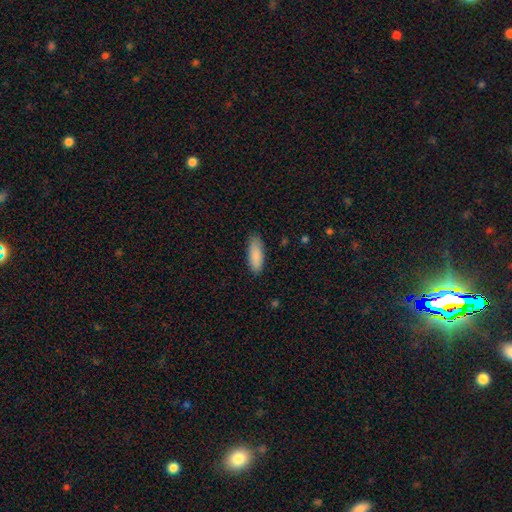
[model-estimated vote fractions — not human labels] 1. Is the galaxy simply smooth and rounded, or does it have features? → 89% smooth, 6% star or artifact, 5% featured or disk.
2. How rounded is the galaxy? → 66% in between, 33% cigar-shaped, 2% round.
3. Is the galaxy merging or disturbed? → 86% none, 11% minor disturbance, 2% major disturbance, 1% merger.